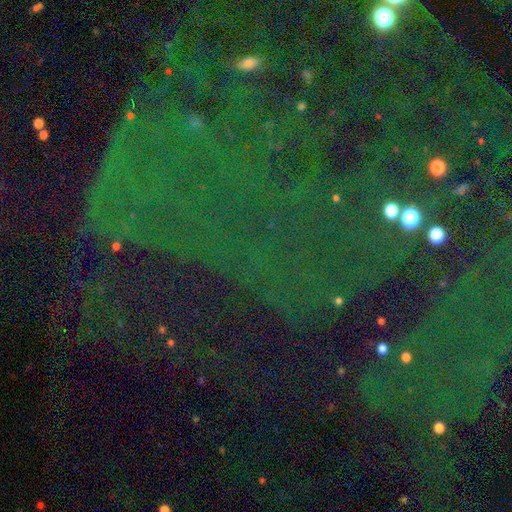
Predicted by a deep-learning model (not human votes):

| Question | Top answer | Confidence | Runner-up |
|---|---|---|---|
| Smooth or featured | star or artifact | 82% | smooth (9%) |